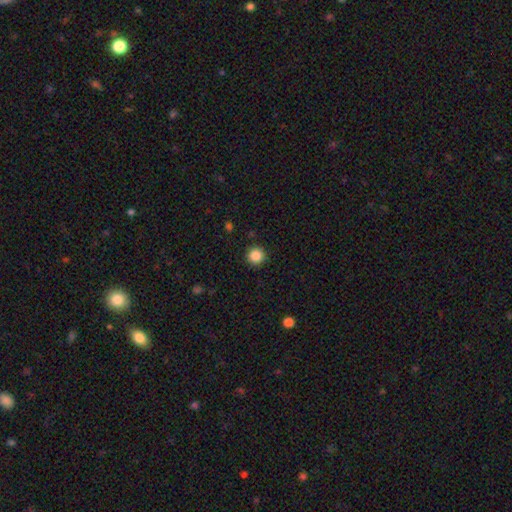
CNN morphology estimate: Smooth or featured?
  - smooth: 87% *
  - star or artifact: 10%
  - featured or disk: 3%
How rounded?
  - round: 95% *
  - in between: 4%
  - cigar-shaped: 1%
Merging?
  - none: 92% *
  - minor disturbance: 5%
  - major disturbance: 2%
  - merger: 1%